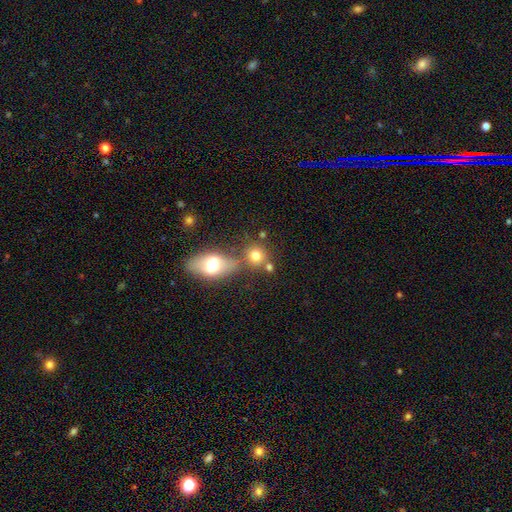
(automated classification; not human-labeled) The model was most divided on "merging": none: 57%, merger: 28%, minor disturbance: 10%, major disturbance: 5%. More confident: how rounded — round (77%); smooth or featured — smooth (75%).